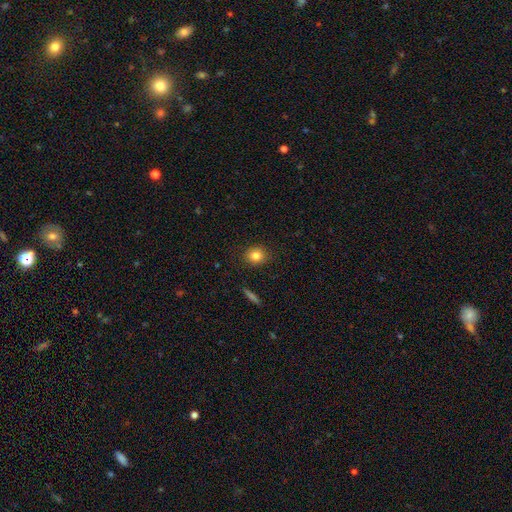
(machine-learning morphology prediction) Smooth or featured?
  - smooth: 82% *
  - star or artifact: 11%
  - featured or disk: 8%
How rounded?
  - round: 76% *
  - in between: 23%
  - cigar-shaped: 1%
Merging?
  - none: 89% *
  - minor disturbance: 8%
  - major disturbance: 2%
  - merger: 1%